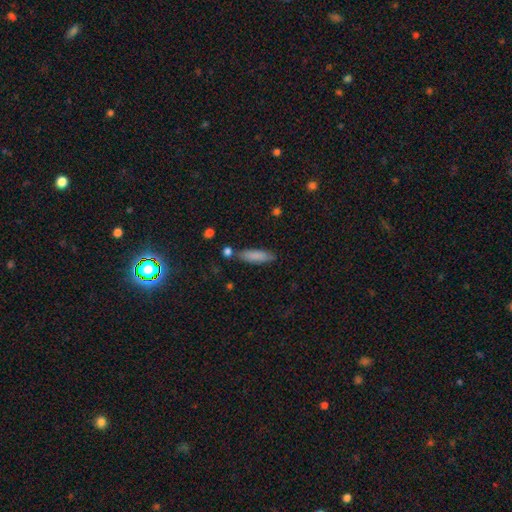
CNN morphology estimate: Overall: smooth (84%). How rounded: cigar-shaped (58%; in between 40%). Merging: none (79%).